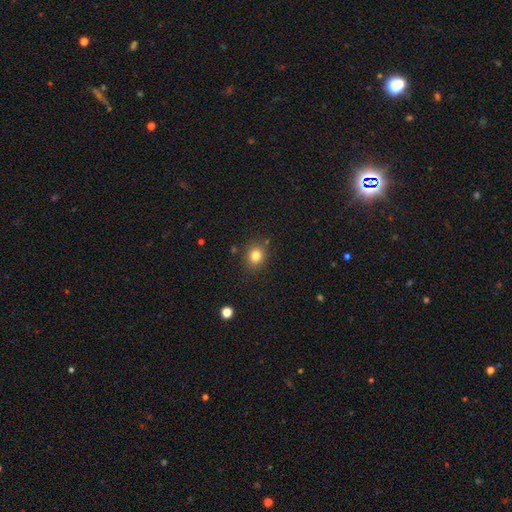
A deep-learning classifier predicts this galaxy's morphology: smooth 82%, star or artifact 12%, featured or disk 6%. Down the decision tree: how rounded — round (73%); merging — none (84%).